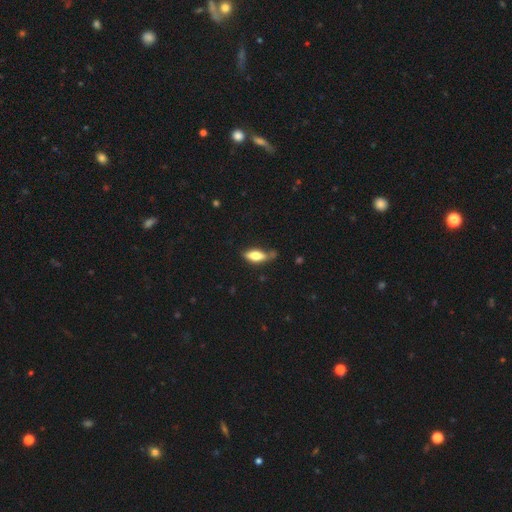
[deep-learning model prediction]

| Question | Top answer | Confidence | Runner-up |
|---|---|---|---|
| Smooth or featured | smooth | 70% | featured or disk (23%) |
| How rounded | in between | 73% | cigar-shaped (24%) |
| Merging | none | 54% | minor disturbance (30%) |